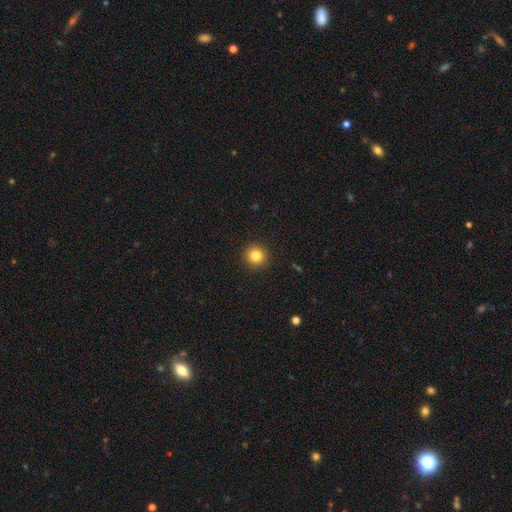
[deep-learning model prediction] Smooth or featured? smooth (84%)
How rounded? round (94%)
Merging? none (93%)